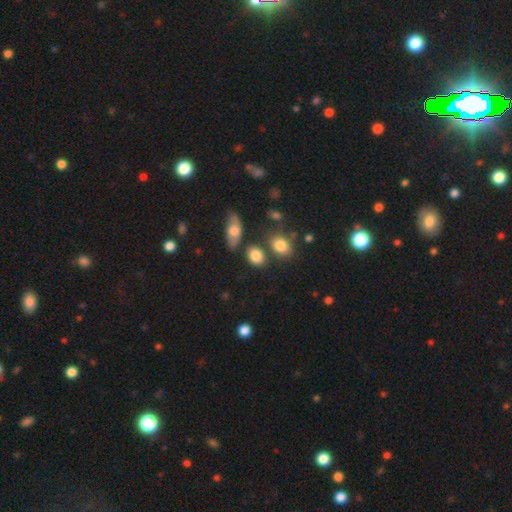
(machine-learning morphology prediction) This appears to be a smooth galaxy with no disk features (83%) that is in between round and cigar-shaped (67%). Merging: none (69%).